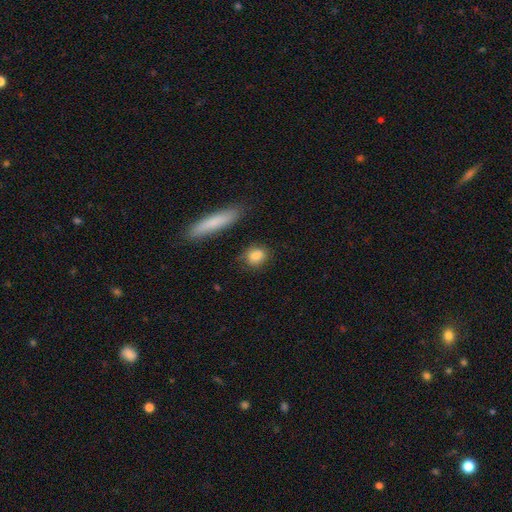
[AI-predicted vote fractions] Smooth or featured: smooth — 86% (star or artifact — 7%)
How rounded: round — 57% (in between — 37%)
Merging: none — 79% (minor disturbance — 13%)